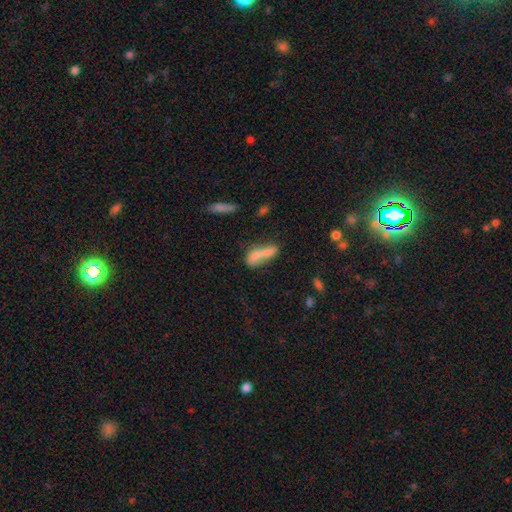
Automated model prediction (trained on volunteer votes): smooth-or-featured: smooth: 68% | featured or disk: 21% | star or artifact: 10%
  how-rounded: in between: 57% | cigar-shaped: 37% | round: 6%
  merging: merger: 55% | none: 23% | minor disturbance: 12% | major disturbance: 10%